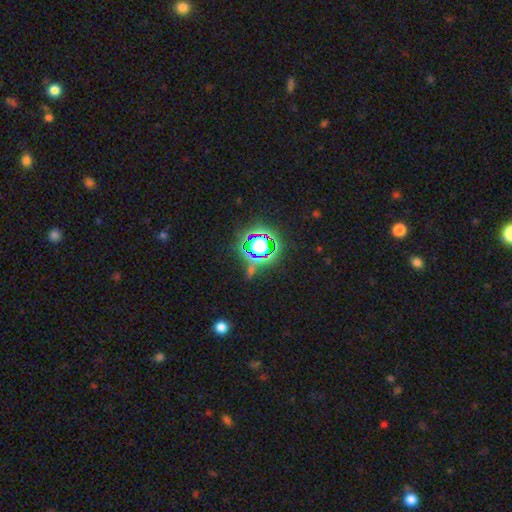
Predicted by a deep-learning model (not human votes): A star or artifact, not a galaxy (79%).